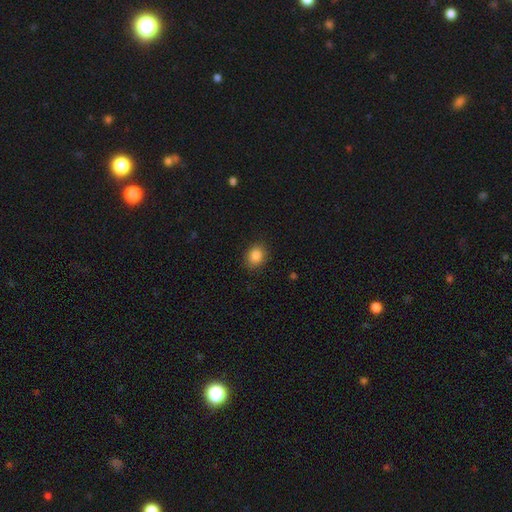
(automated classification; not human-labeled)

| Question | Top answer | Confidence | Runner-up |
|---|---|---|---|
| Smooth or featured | smooth | 85% | star or artifact (9%) |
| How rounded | round | 55% | in between (44%) |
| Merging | none | 87% | minor disturbance (9%) |